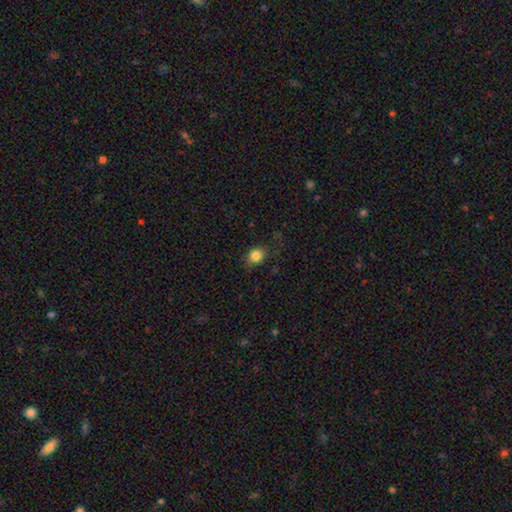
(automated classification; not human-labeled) Overall: smooth (84%). How rounded: round (64%; in between 35%). Merging: none (72%).